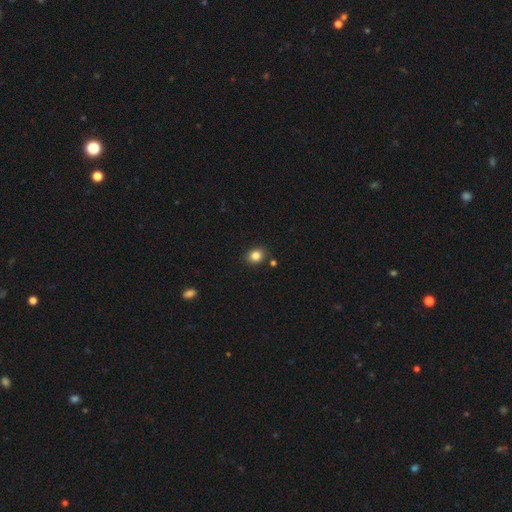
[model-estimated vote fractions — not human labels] Overall: smooth (84%). How rounded: round (58%; in between 41%). Merging: none (86%).